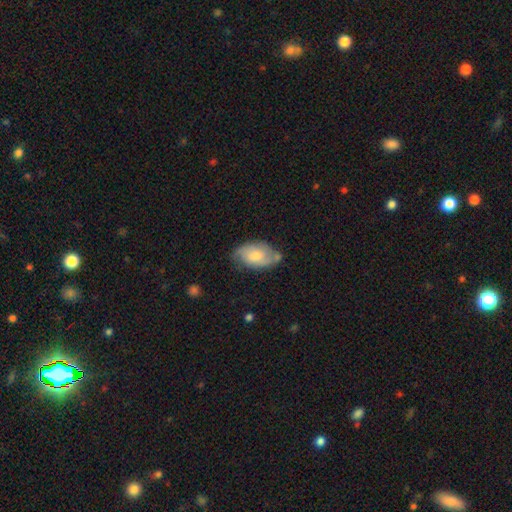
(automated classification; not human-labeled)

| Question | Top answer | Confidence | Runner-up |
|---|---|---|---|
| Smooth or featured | smooth | 53% | featured or disk (41%) |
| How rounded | in between | 93% | round (5%) |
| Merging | none | 56% | minor disturbance (30%) |